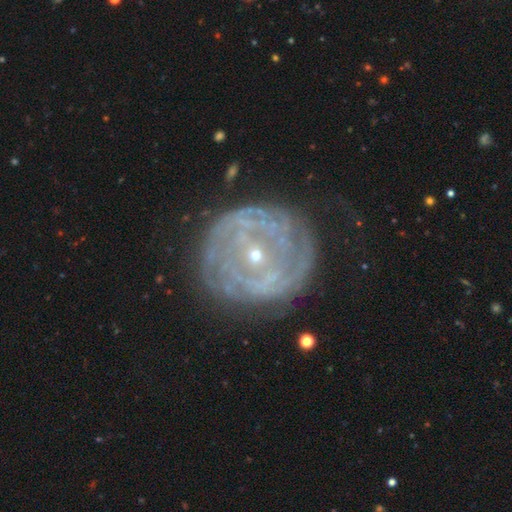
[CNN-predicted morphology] A featured or disk galaxy (80%) with no bar (62%), tight (75%) spiral arms (83%) and a small central bulge (81%). Merging: none (71%).